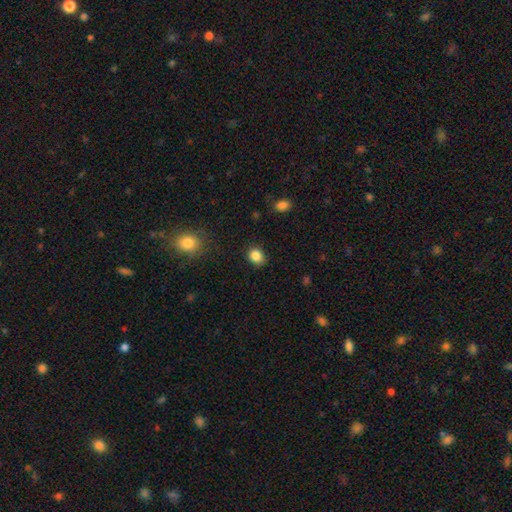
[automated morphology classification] Smooth or featured: smooth — 86% (star or artifact — 10%)
How rounded: round — 51% (in between — 48%)
Merging: none — 84% (minor disturbance — 12%)